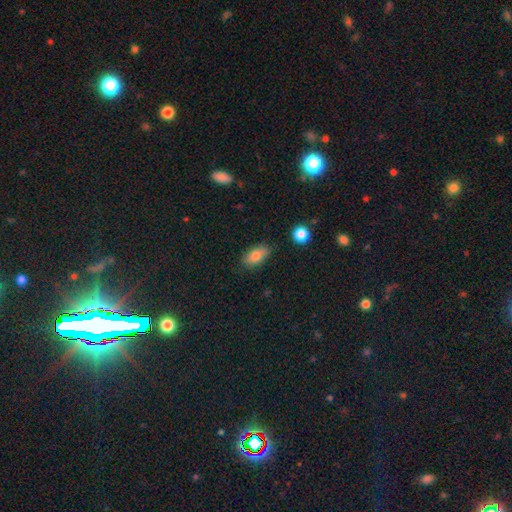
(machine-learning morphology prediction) This appears to be a smooth galaxy with no disk features (81%) that is in between round and cigar-shaped (88%). Merging: none (81%).